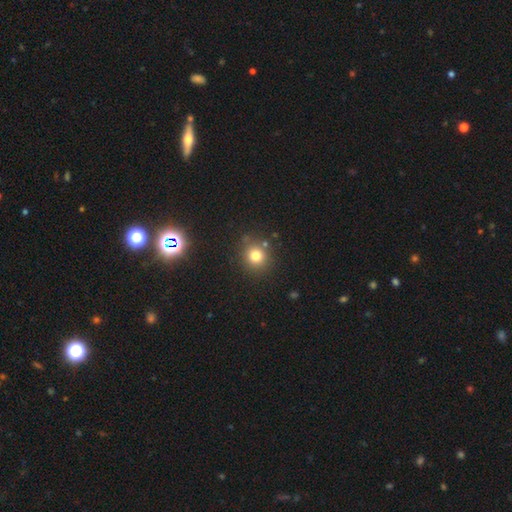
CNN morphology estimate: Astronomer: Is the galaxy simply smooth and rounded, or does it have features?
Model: smooth — 78%.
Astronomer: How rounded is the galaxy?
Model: round — 89%.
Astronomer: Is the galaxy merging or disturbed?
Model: none — 84%.